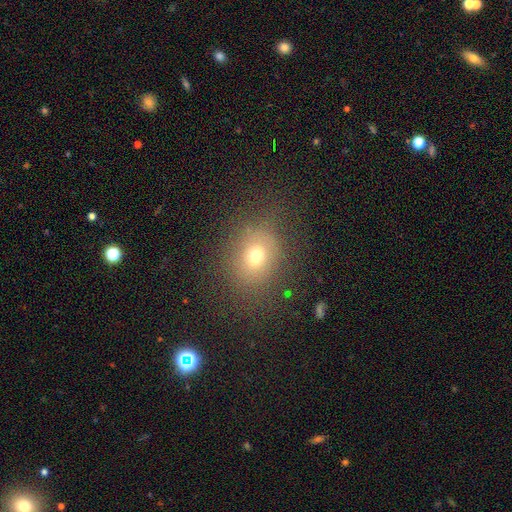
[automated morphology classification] Overall: smooth (69%). How rounded: round (57%; in between 42%). Merging: none (75%).